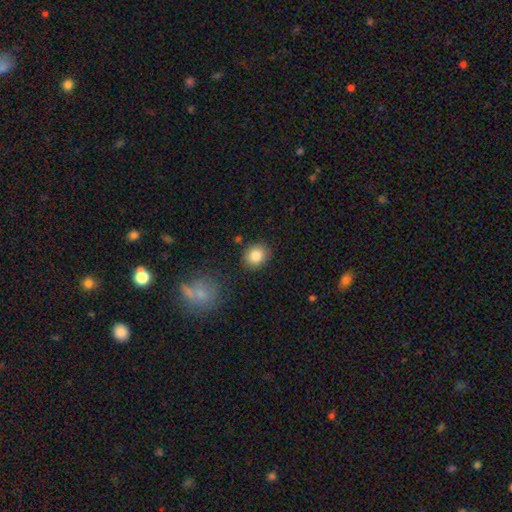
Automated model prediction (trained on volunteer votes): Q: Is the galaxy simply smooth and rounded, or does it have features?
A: smooth — 84%.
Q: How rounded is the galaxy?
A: round — 69%.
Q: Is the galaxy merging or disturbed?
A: none — 86%.